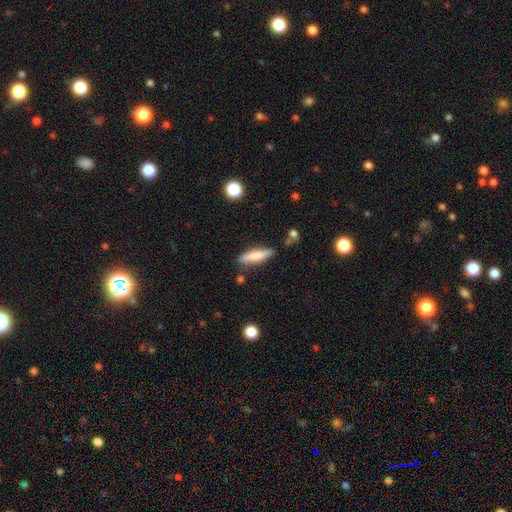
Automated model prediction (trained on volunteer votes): smooth-or-featured: smooth: 73% | featured or disk: 20% | star or artifact: 6%
  how-rounded: cigar-shaped: 66% | in between: 32% | round: 2%
  merging: none: 79% | minor disturbance: 14% | merger: 4% | major disturbance: 3%